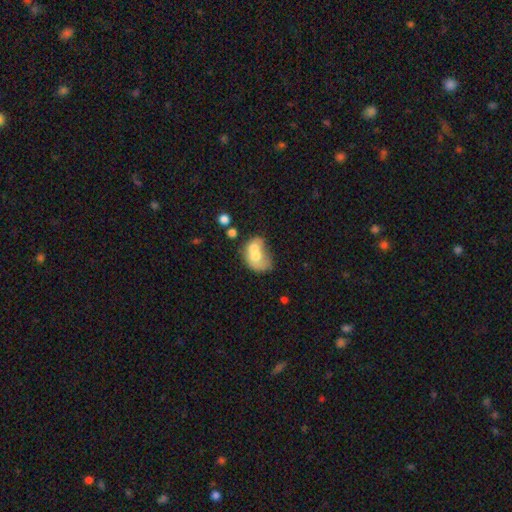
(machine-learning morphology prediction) Smooth or featured? smooth (60%)
How rounded? in between (65%)
Merging? merger (66%)